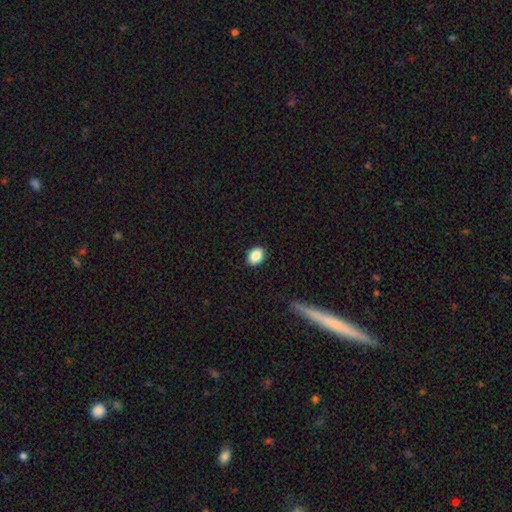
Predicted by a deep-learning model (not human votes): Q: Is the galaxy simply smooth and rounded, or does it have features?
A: smooth — 88%.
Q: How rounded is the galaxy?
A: in between — 74%.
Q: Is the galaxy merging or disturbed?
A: none — 90%.